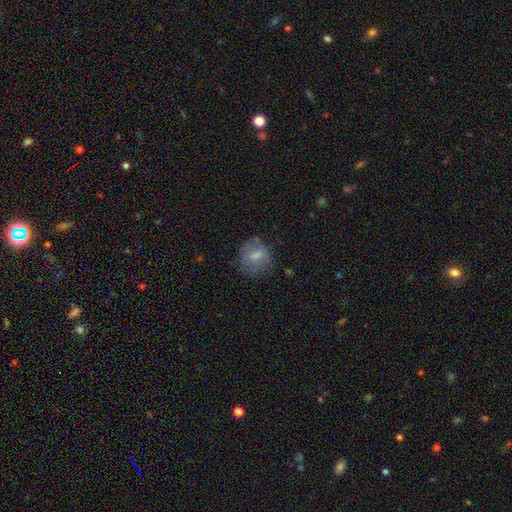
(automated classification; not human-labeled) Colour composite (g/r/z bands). It shows a smooth galaxy with no disk features (70%) that is round (71%). Merging: none (65%).